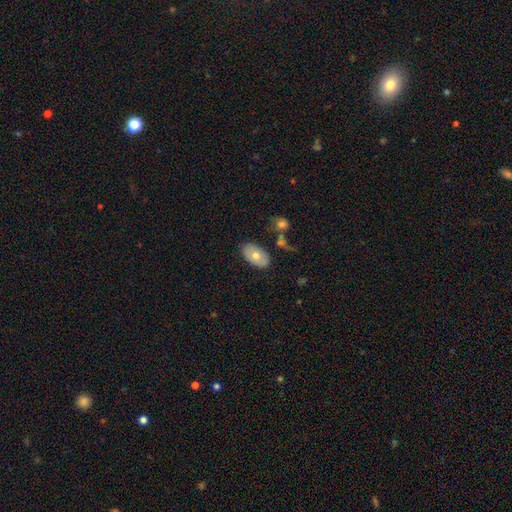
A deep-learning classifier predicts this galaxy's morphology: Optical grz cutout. It shows a smooth galaxy with no disk features (68%) that is in between round and cigar-shaped (93%). Merging: none (77%).